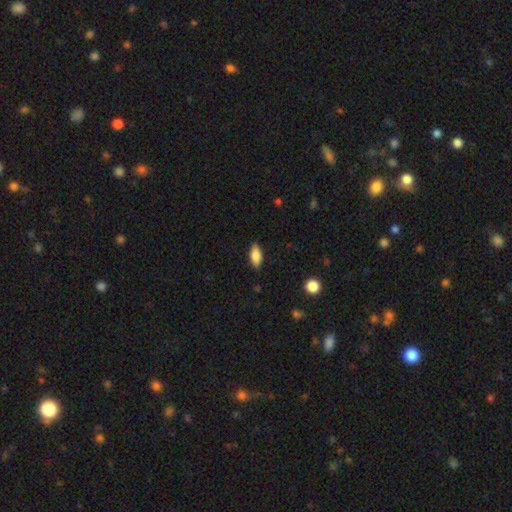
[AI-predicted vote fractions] Smooth or featured? Predicted: smooth (p=0.84). How rounded? Predicted: in between (p=0.86). Merging? Predicted: none (p=0.86).